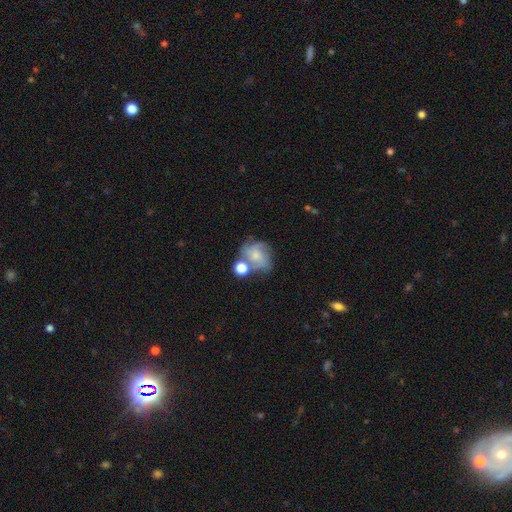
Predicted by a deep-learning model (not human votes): Overall: featured or disk (53%; smooth 36%). Edge-on disk: no (97%). Bar: no (74%). Spiral arms: yes (80%). Bulge size: small (54%; moderate 30%). Merging: none (43%; merger 23%).